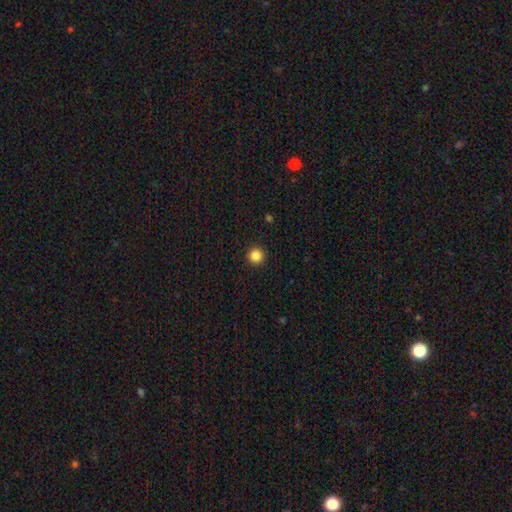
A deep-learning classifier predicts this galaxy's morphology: Smooth or featured?
  - smooth: 86% *
  - star or artifact: 11%
  - featured or disk: 3%
How rounded?
  - round: 95% *
  - in between: 4%
  - cigar-shaped: 1%
Merging?
  - none: 93% *
  - minor disturbance: 4%
  - major disturbance: 2%
  - merger: 1%